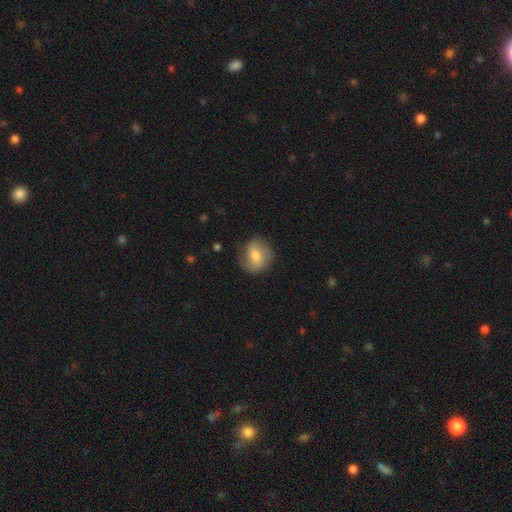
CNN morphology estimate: The model was most divided on "smooth or featured": smooth: 56%, featured or disk: 36%, star or artifact: 7%. More confident: merging — none (68%); how rounded — round (68%).